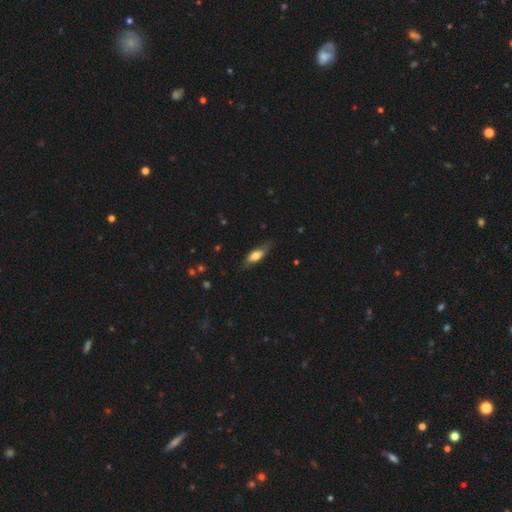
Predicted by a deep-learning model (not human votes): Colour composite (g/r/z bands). It shows a smooth galaxy with no disk features (58%) that is in between round and cigar-shaped (63%). Merging: none (73%).